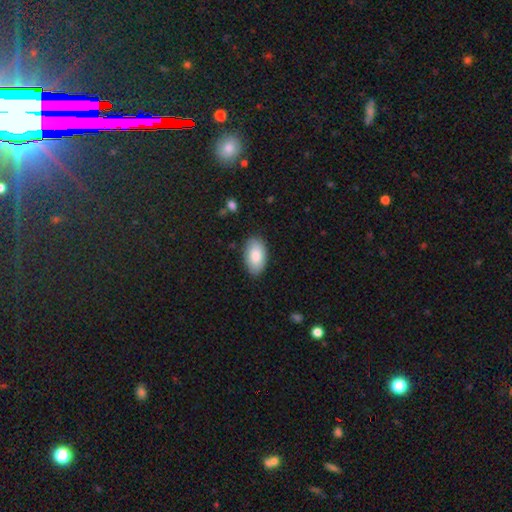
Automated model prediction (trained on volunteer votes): smooth 83%, featured or disk 11%, star or artifact 6%. Down the decision tree: how rounded — in between (95%); merging — none (85%).